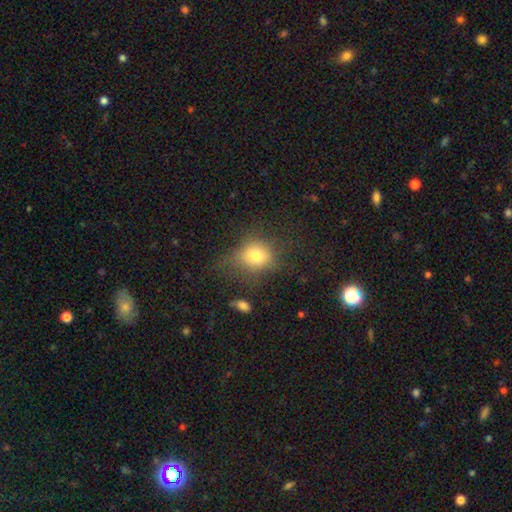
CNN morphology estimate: type=smooth (73%); roundness=round (64%); merging=none (60%).